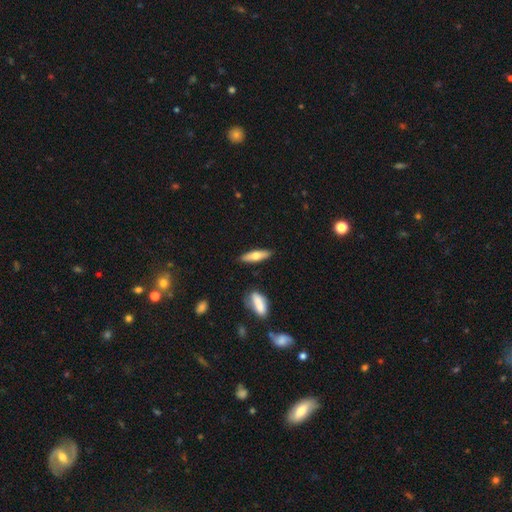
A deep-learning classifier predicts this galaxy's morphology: This appears to be a smooth galaxy with no disk features (60%) that is cigar-shaped (61%). Merging: none (86%).